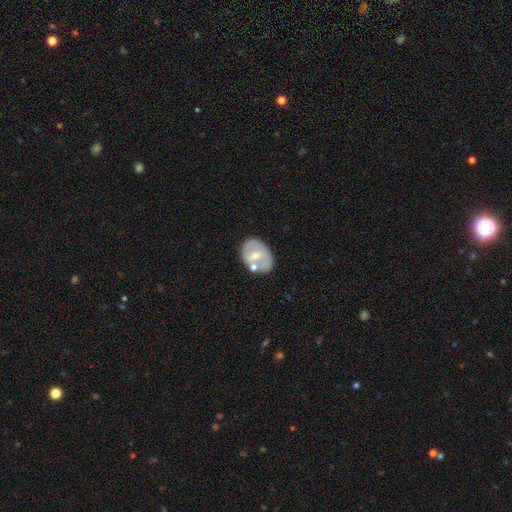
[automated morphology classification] This appears to be a smooth galaxy with no disk features (48%). Merging: none (57%).